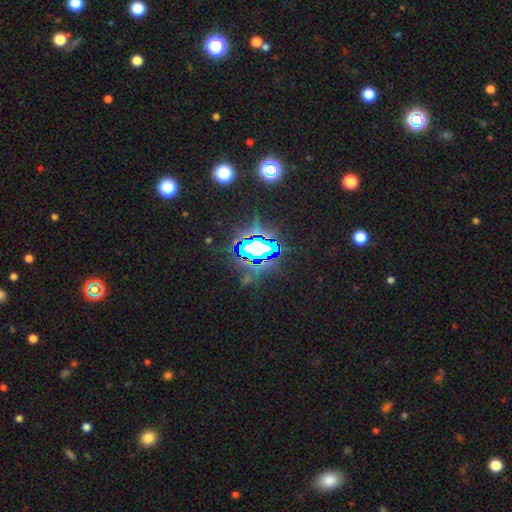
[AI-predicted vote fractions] Smooth or featured: star or artifact — 76% (smooth — 13%)